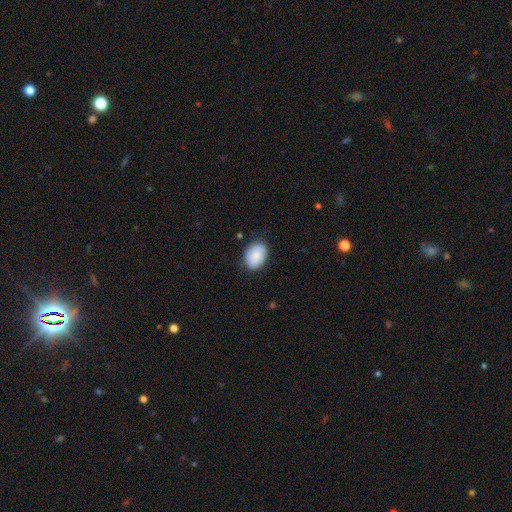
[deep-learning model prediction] Smooth or featured? Predicted: smooth (p=0.86). How rounded? Predicted: in between (p=0.74). Merging? Predicted: none (p=0.81).